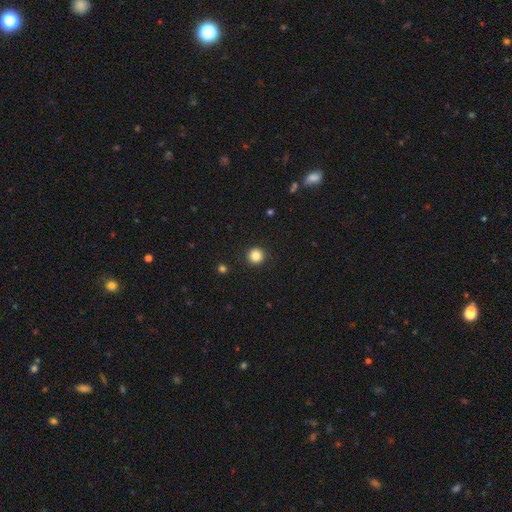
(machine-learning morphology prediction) A smooth galaxy with no disk features (84%) that is round (95%).

Vote fractions:
- Smooth or featured? smooth: 84% / star or artifact: 11% / featured or disk: 5%
- How rounded? round: 95% / in between: 4% / cigar-shaped: 1%
- Merging? none: 92% / minor disturbance: 5% / major disturbance: 2% / merger: 1%